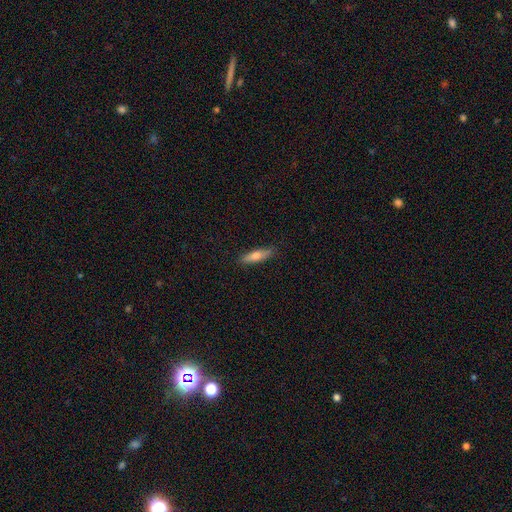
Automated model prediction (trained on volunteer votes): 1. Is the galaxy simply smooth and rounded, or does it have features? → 69% smooth, 24% featured or disk, 6% star or artifact.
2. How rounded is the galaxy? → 68% cigar-shaped, 30% in between, 2% round.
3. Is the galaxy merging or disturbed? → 87% none, 10% minor disturbance, 2% major disturbance, 1% merger.